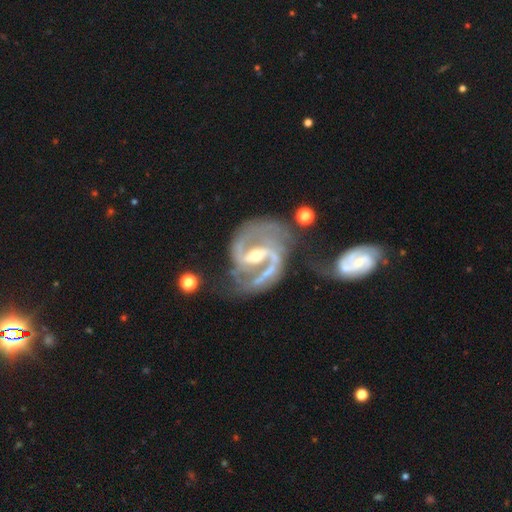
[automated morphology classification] featured or disk 92%, star or artifact 5%, smooth 3%. Down the decision tree: edge-on disk — no (98%); bar — strong (60%); spiral arms — yes (97%); spiral arm count — 2 (90%); spiral winding — medium (58%); bulge size — moderate (52%); merging — none (55%).